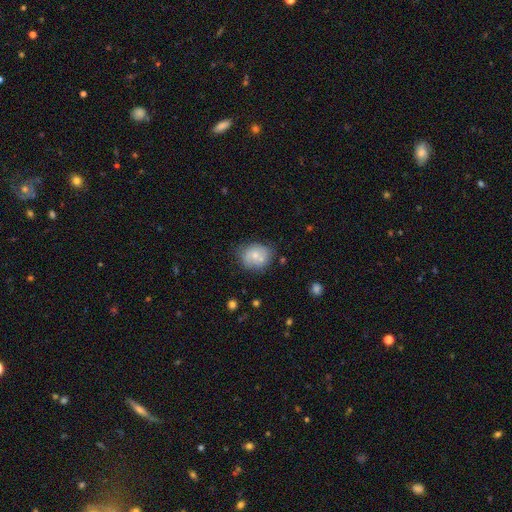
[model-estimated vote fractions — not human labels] Q: Smooth or featured?
A: smooth (53%); runner-up: featured or disk (38%)
Q: How rounded?
A: round (62%); runner-up: in between (37%)
Q: Merging?
A: none (59%); runner-up: minor disturbance (22%)